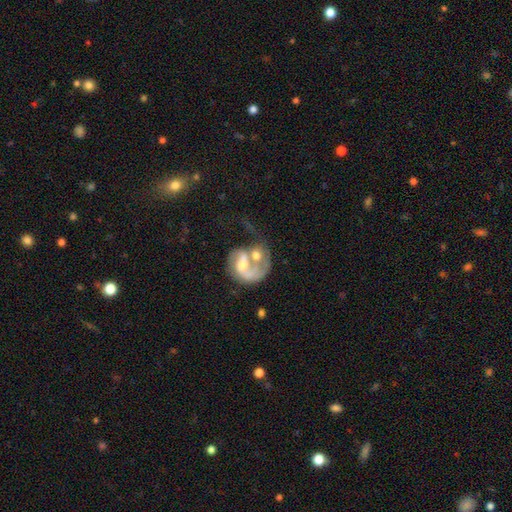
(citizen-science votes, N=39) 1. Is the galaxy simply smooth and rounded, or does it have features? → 56% featured or disk, 41% smooth, 3% star or artifact.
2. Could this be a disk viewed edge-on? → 95% no, 5% yes.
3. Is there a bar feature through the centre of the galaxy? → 86% no, 14% weak, 0% strong.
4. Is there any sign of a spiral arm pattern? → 52% no, 48% yes.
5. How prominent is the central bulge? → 43% moderate, 24% large, 19% small, 14% none, 0% dominant.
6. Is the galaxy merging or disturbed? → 76% merger, 13% major disturbance, 5% none, 5% minor disturbance.